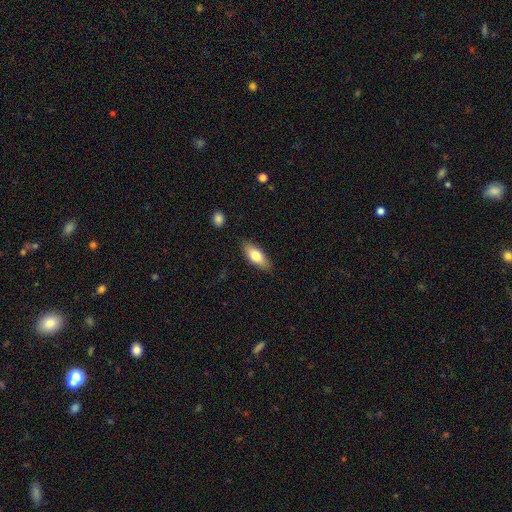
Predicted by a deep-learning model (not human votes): smooth 75%, featured or disk 19%, star or artifact 6%. Down the decision tree: how rounded — in between (75%); merging — none (84%).